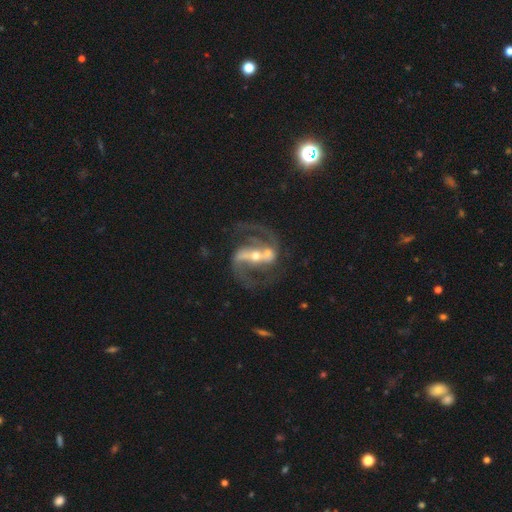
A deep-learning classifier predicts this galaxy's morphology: Smooth or featured: featured or disk — 91% (star or artifact — 6%)
Edge-on disk: no — 97% (yes — 3%)
Bar: strong — 63% (weak — 25%)
Spiral arms: yes — 97% (no — 3%)
Spiral winding: medium — 59% (loose — 29%)
Spiral arm count: 2 — 93% (can't tell — 2%)
Bulge size: moderate — 48% (small — 46%)
Merging: none — 57% (merger — 21%)